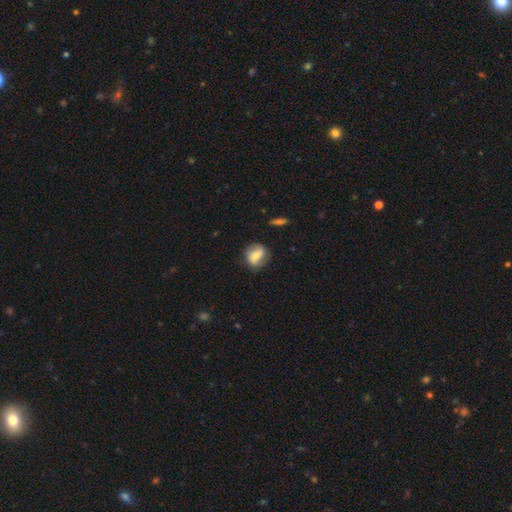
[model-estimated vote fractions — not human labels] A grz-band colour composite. It shows a smooth galaxy with no disk features (60%) that is round (69%). Merging: none (73%).